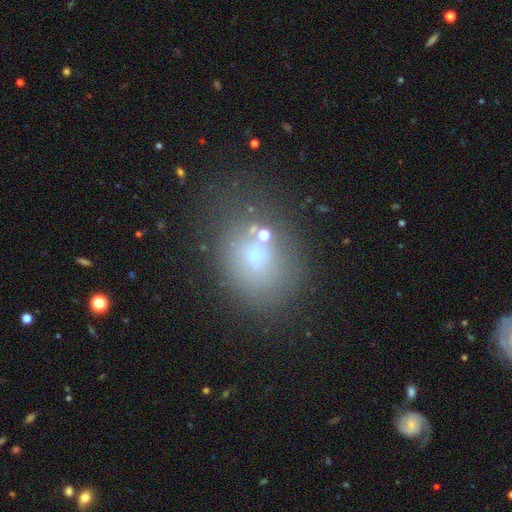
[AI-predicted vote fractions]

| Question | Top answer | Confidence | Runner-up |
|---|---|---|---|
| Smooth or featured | smooth | 61% | star or artifact (20%) |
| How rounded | round | 52% | in between (47%) |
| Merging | none | 62% | minor disturbance (19%) |